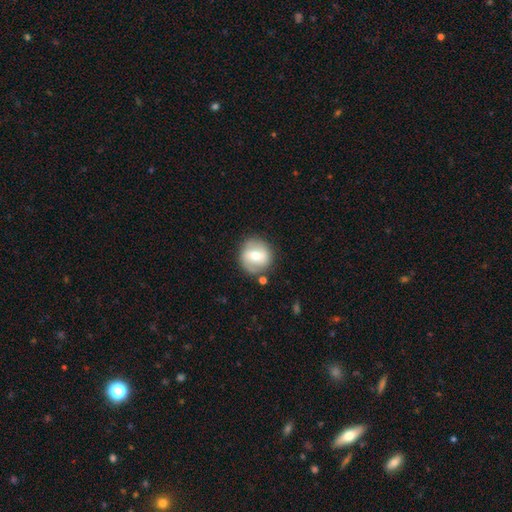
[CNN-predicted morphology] Smooth or featured: smooth — 49% (featured or disk — 44%)
Merging: none — 79% (minor disturbance — 13%)